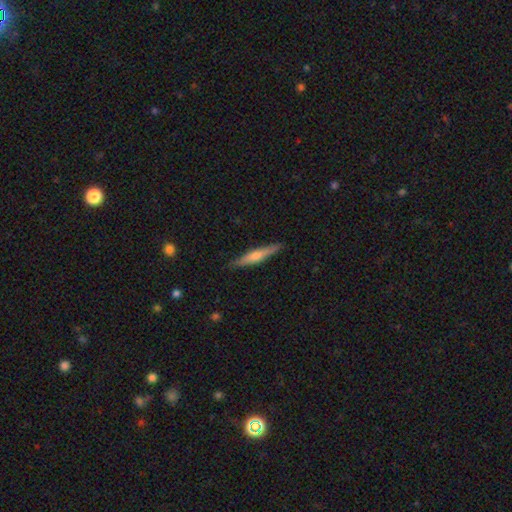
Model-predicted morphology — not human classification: Smooth or featured: featured or disk — 50% (smooth — 44%)
Edge-on disk: yes — 96% (no — 4%)
Merging: none — 89% (minor disturbance — 8%)